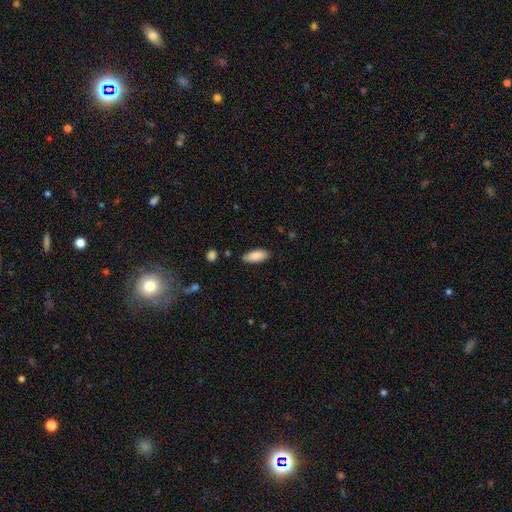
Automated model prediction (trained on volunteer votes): Smooth or featured? Predicted: smooth (p=0.88). How rounded? Predicted: in between (p=0.84). Merging? Predicted: none (p=0.85).